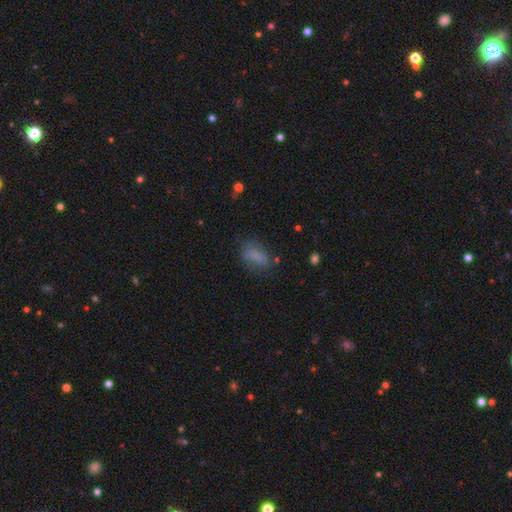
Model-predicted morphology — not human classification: type=smooth (72%); roundness=in between (84%); merging=none (58%).